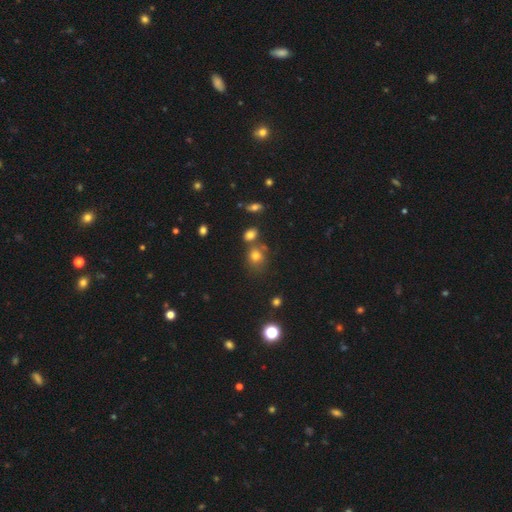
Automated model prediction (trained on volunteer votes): smooth-or-featured: smooth: 74% | star or artifact: 17% | featured or disk: 9%
  how-rounded: round: 73% | in between: 26% | cigar-shaped: 1%
  merging: none: 61% | merger: 20% | minor disturbance: 13% | major disturbance: 5%